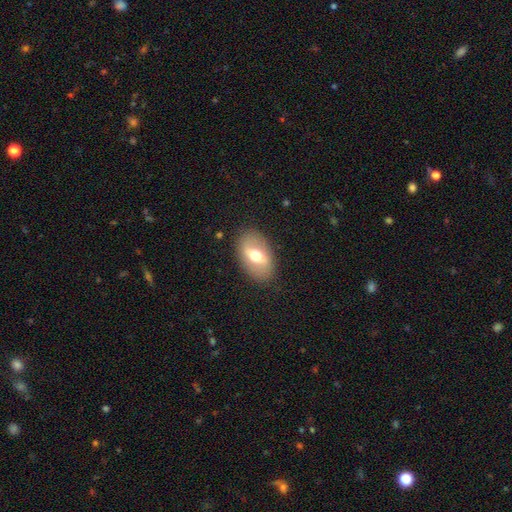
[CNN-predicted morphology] Smooth or featured: smooth — 48% (featured or disk — 45%)
Merging: none — 85% (minor disturbance — 10%)